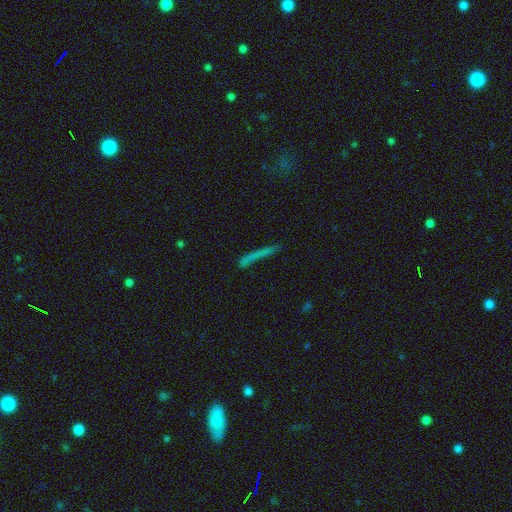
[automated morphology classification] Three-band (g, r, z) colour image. It shows a smooth galaxy with no disk features (62%) that is cigar-shaped (93%). Merging: none (74%).